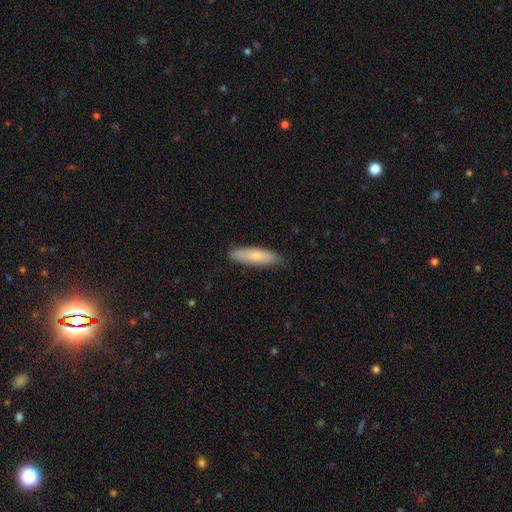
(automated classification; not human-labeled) This is likely a smooth galaxy (76%). How rounded: possibly cigar-shaped (57%). Merging: clearly none (84%).